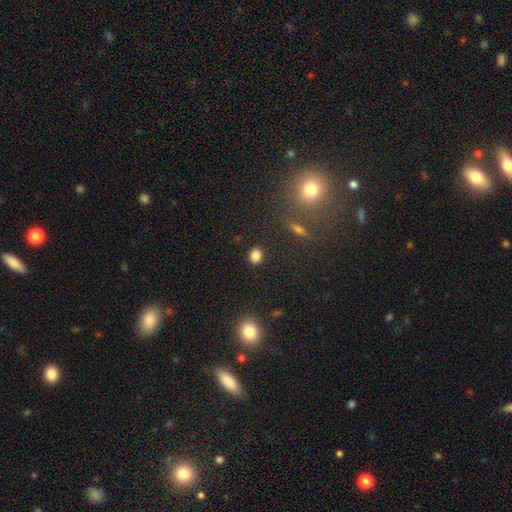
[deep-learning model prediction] This appears to be a smooth galaxy with no disk features (84%) that is round (66%). Merging: none (89%).